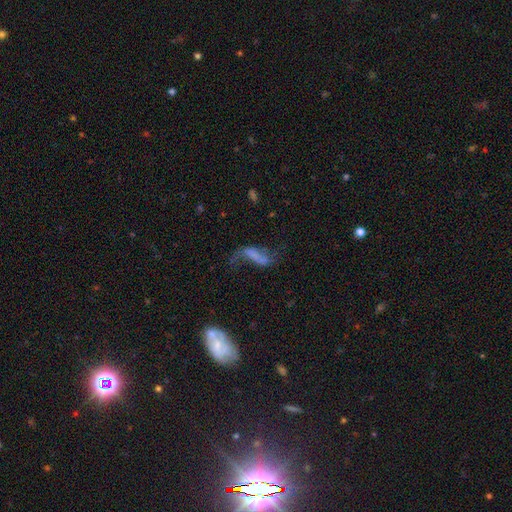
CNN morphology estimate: Overall: featured or disk (57%; smooth 30%). Edge-on disk: no (89%). Bar: strong (38%; no 35%). Spiral arms: yes (69%; no 31%). Bulge size: none (71%). Merging: none (39%; major disturbance 34%).